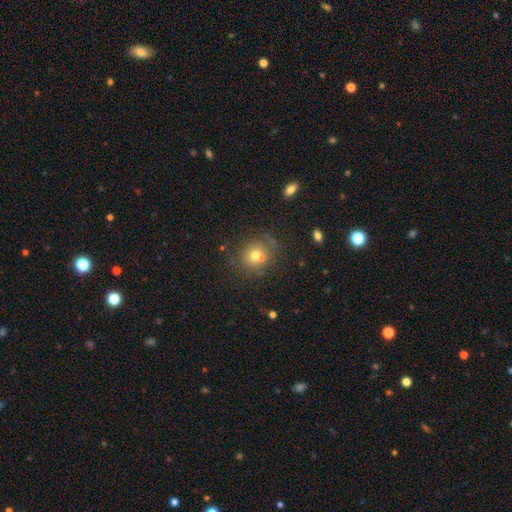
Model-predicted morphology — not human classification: Q: Smooth or featured?
A: smooth (68%); runner-up: star or artifact (16%)
Q: How rounded?
A: round (82%); runner-up: in between (17%)
Q: Merging?
A: none (62%); runner-up: merger (21%)